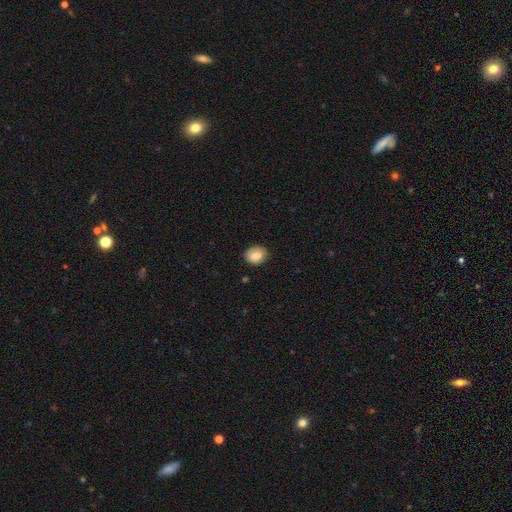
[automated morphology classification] Smooth or featured: smooth — 81% (featured or disk — 11%)
How rounded: round — 53% (in between — 46%)
Merging: none — 81% (minor disturbance — 14%)